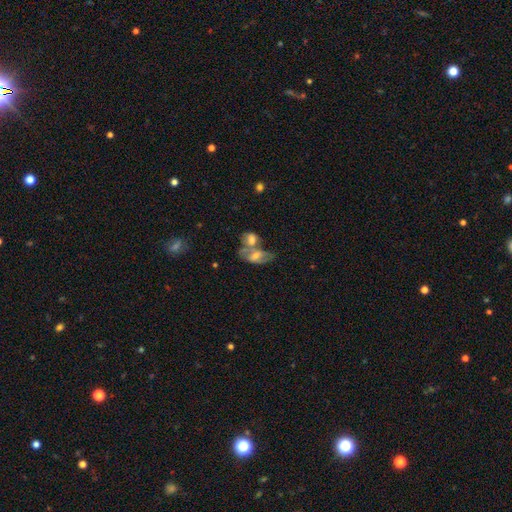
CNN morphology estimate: The model was most divided on "smooth or featured": smooth: 50%, featured or disk: 42%, star or artifact: 9%. More confident: merging — merger (63%).